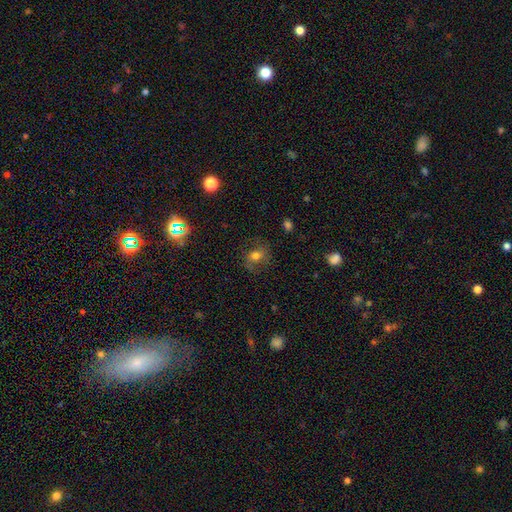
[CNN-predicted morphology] A smooth galaxy with no disk features (61%) that is round (58%). Merging: none (71%).